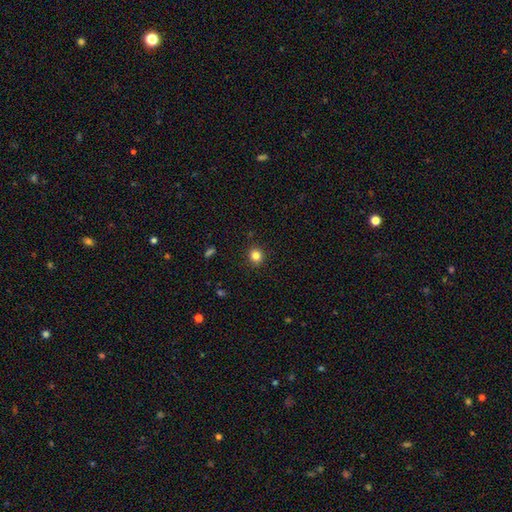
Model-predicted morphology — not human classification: Smooth or featured?
  - smooth: 83% *
  - star or artifact: 12%
  - featured or disk: 5%
How rounded?
  - round: 86% *
  - in between: 13%
  - cigar-shaped: 1%
Merging?
  - none: 91% *
  - minor disturbance: 6%
  - major disturbance: 2%
  - merger: 1%